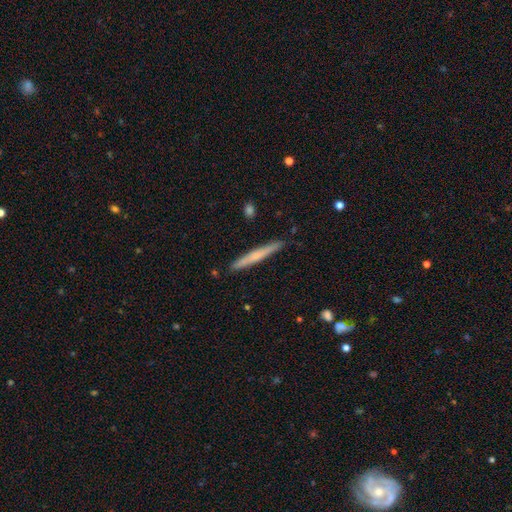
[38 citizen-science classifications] A smooth galaxy with no disk features (63%) that is cigar-shaped (96%).

Vote fractions:
- Smooth or featured? smooth: 63% / featured or disk: 37% / star or artifact: 0%
- How rounded? cigar-shaped: 96% / in between: 4% / round: 0%
- Merging? none: 97% / minor disturbance: 3% / major disturbance: 0% / merger: 0%